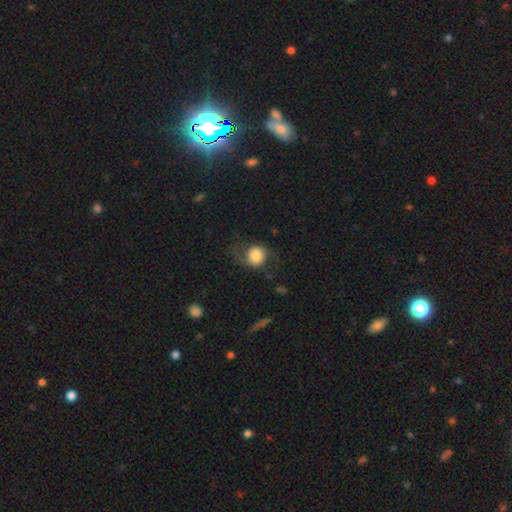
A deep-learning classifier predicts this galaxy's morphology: Smooth or featured? smooth (66%)
How rounded? round (78%)
Merging? none (52%)